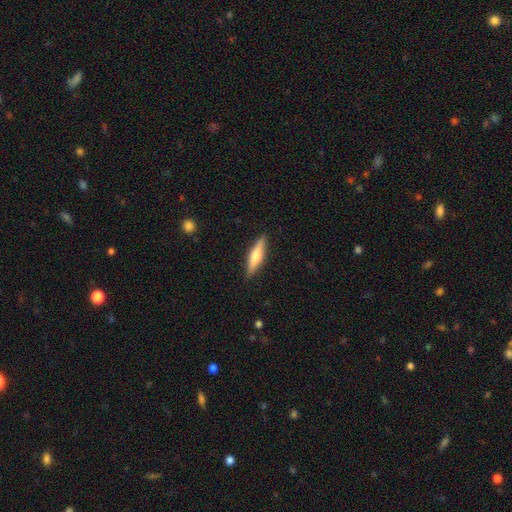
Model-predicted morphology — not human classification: Overall: smooth (52%; featured or disk 42%). How rounded: cigar-shaped (76%). Merging: none (89%).